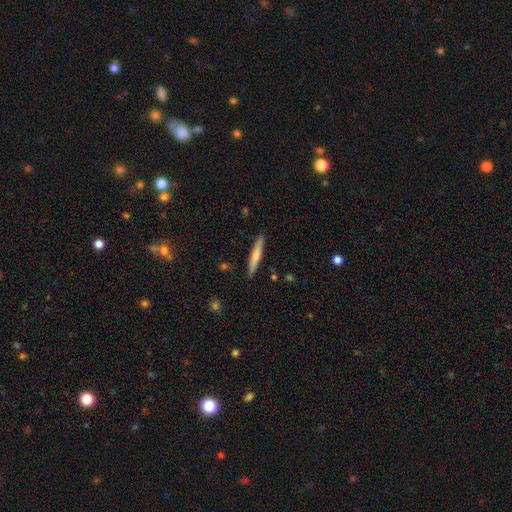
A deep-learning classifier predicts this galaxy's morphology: Overall: smooth (65%; featured or disk 29%). How rounded: cigar-shaped (93%). Merging: none (89%).